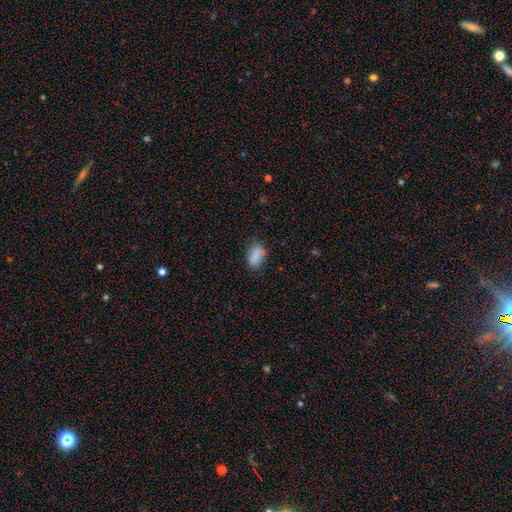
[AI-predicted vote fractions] smooth_or_featured: smooth (p=0.86) [alt: star or artifact p=0.09]
how_rounded: in between (p=0.89) [alt: round p=0.08]
merging: none (p=0.72) [alt: minor disturbance p=0.21]